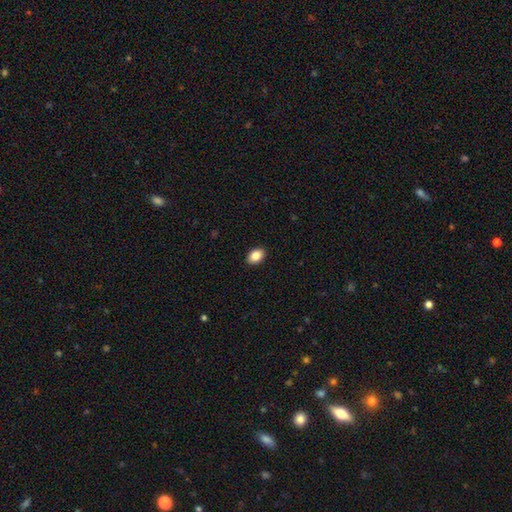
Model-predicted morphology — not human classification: This is clearly a smooth galaxy (87%). How rounded: clearly in between (84%). Merging: clearly none (91%).